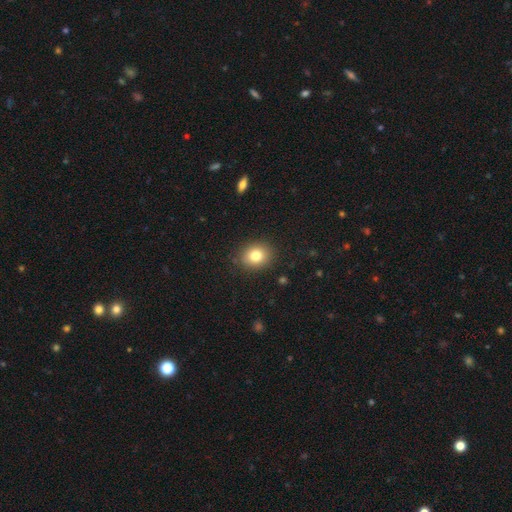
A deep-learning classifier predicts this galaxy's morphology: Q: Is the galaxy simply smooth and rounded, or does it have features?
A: smooth — 80%.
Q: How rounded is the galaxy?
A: round — 63%.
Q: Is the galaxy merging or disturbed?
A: none — 87%.